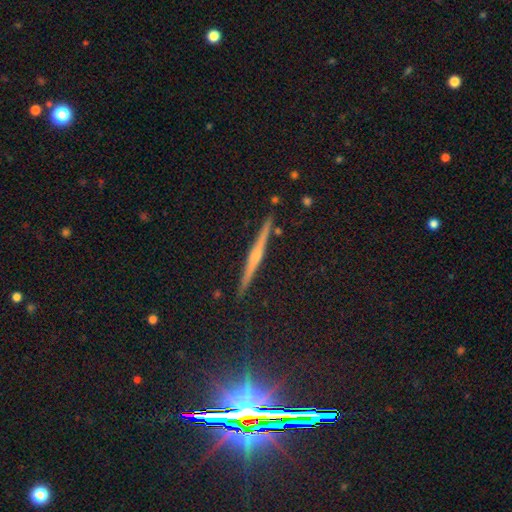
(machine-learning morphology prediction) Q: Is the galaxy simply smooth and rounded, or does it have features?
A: featured or disk — 71%.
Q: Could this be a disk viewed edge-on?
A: yes — 98%.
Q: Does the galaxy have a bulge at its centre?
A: rounded — 68%.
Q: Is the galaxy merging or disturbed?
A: none — 91%.